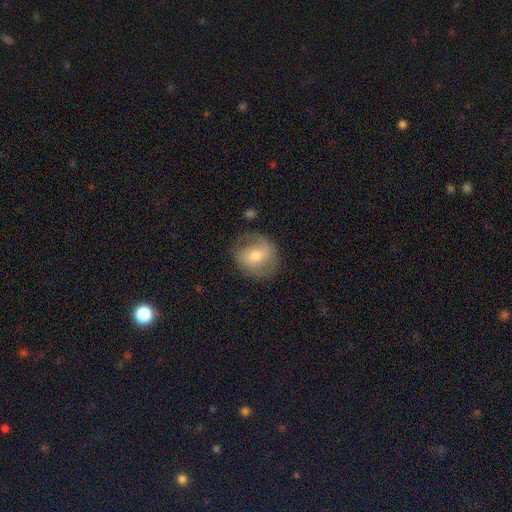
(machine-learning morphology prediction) A featured or disk galaxy (52%). Merging: none (66%).